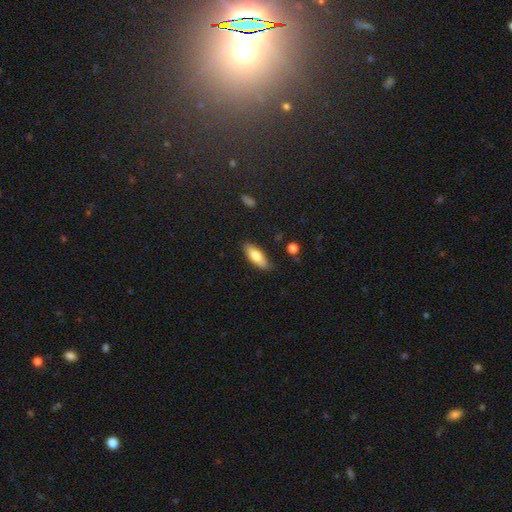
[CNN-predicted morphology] This appears to be a smooth galaxy with no disk features (77%) that is in between round and cigar-shaped (67%). Merging: none (83%).